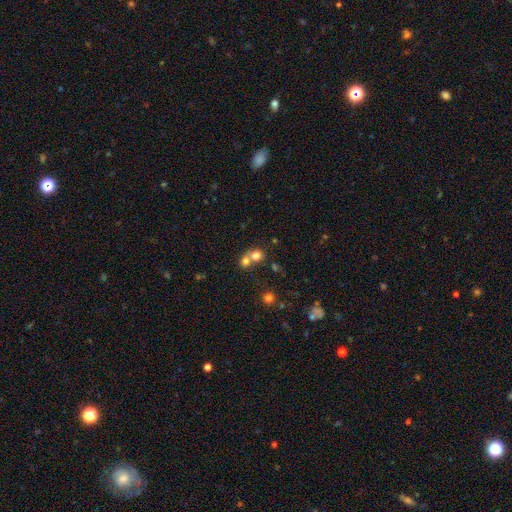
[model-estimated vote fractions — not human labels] smooth_or_featured: smooth (p=0.74) [alt: star or artifact p=0.13]
how_rounded: round (p=0.79) [alt: in between p=0.20]
merging: merger (p=0.56) [alt: none p=0.36]